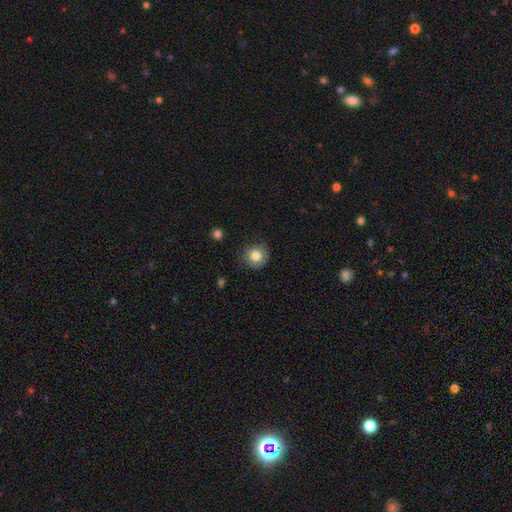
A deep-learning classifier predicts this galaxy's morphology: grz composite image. It shows a smooth galaxy with no disk features (81%) that is round (89%). Merging: none (80%).